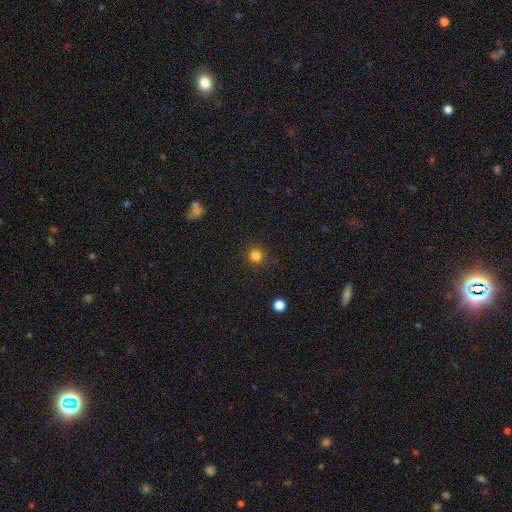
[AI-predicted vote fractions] This appears to be a smooth galaxy with no disk features (82%) that is round (94%). Merging: none (91%).